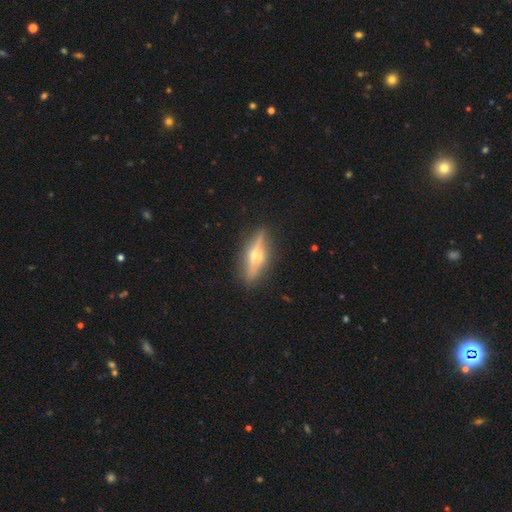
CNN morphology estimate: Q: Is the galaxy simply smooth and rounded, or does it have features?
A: featured or disk — 72%.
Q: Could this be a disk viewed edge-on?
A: yes — 92%.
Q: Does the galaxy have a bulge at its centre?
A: rounded — 91%.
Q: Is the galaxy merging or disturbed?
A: none — 84%.